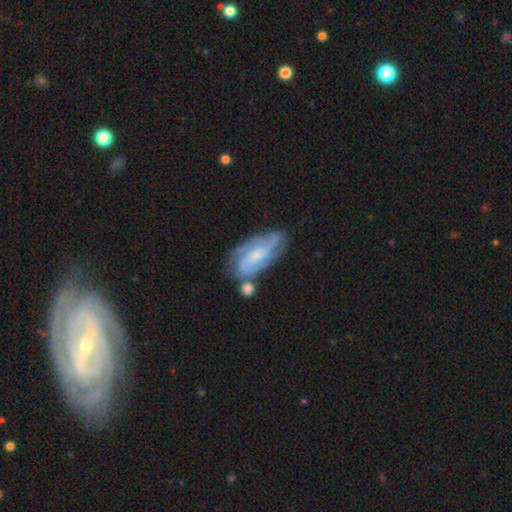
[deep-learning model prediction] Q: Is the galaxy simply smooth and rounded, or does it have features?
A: featured or disk — 72%.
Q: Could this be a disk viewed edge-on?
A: no — 92%.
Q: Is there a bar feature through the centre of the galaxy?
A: no — 45%.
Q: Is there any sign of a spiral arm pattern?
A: yes — 92%.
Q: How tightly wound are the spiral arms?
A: medium — 42%, tied with tight.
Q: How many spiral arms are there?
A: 2 — 39%.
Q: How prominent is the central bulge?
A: small — 50%.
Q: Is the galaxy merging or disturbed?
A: none — 59%.